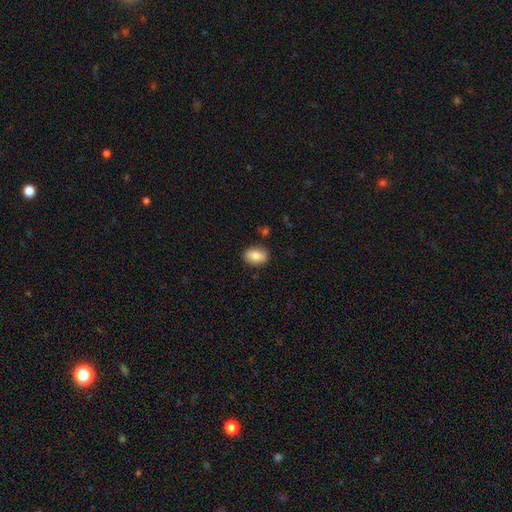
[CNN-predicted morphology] A smooth galaxy with no disk features (84%) that is in between round and cigar-shaped (79%). Merging: none (85%).